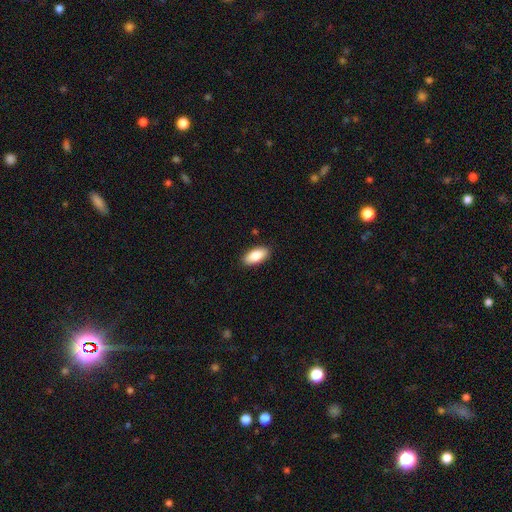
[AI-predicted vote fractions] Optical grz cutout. It shows a smooth galaxy with no disk features (86%) that is in between round and cigar-shaped (91%). Merging: none (90%).